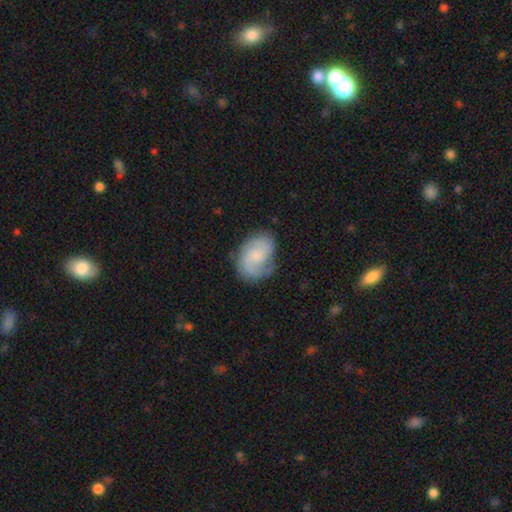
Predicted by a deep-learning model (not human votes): Smooth or featured? featured or disk (66%)
Edge-on disk? no (97%)
Bar? no (61%)
Spiral arms? yes (94%)
Spiral winding? medium (44%)
Spiral arm count? 2 (66%)
Bulge size? small (49%)
Merging? none (67%)